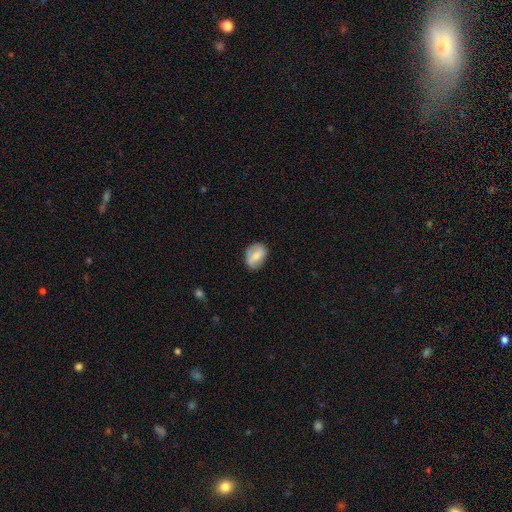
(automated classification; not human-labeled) smooth 67%, featured or disk 26%, star or artifact 7%. Down the decision tree: how rounded — in between (77%); merging — none (75%).